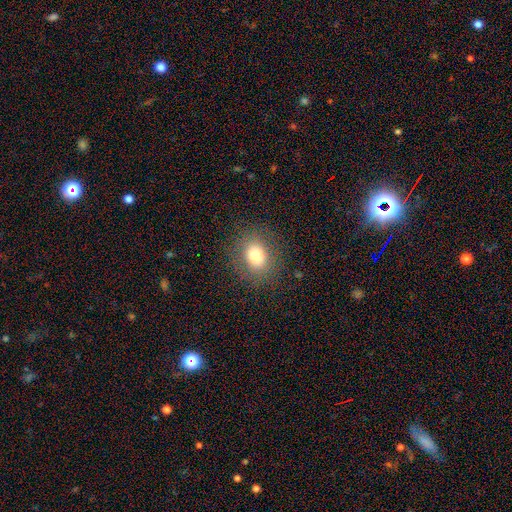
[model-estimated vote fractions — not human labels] Overall: smooth (75%). How rounded: round (65%; in between 34%). Merging: none (85%).